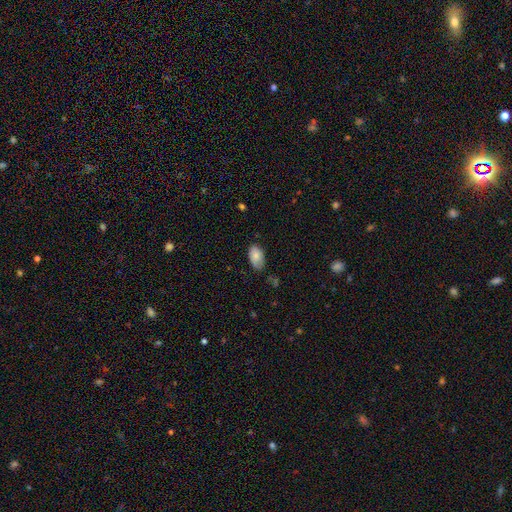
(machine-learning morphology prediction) Smooth or featured? Predicted: smooth (p=0.82). How rounded? Predicted: in between (p=0.94). Merging? Predicted: none (p=0.67).